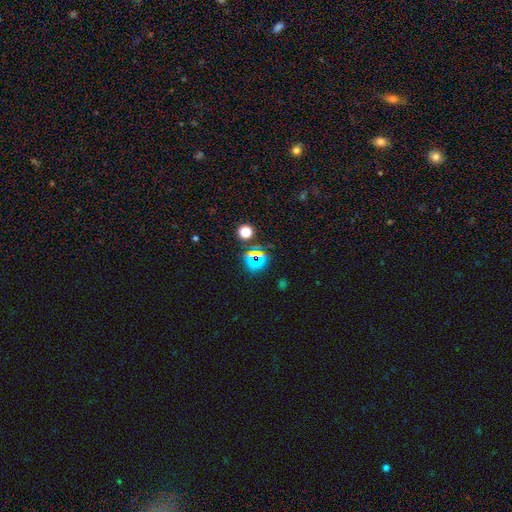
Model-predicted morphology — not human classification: A star or artifact, not a galaxy (63%).